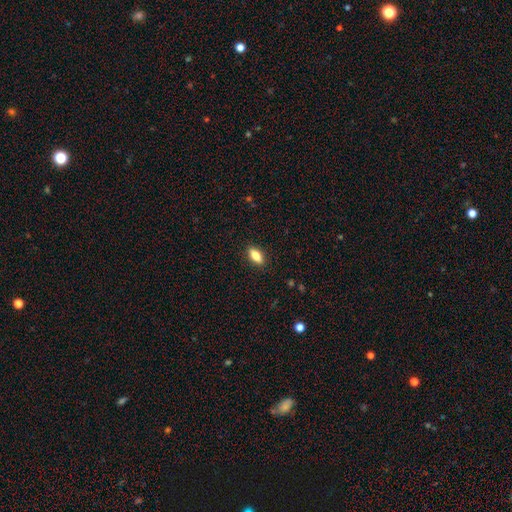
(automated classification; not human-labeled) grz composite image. It shows a smooth galaxy with no disk features (79%) that is in between round and cigar-shaped (84%). Merging: none (89%).